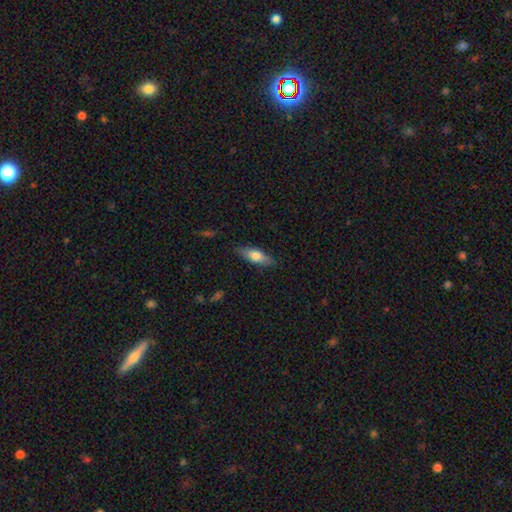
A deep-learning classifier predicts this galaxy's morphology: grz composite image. It shows a smooth galaxy with no disk features (64%) that is in between round and cigar-shaped (61%). Merging: none (84%).